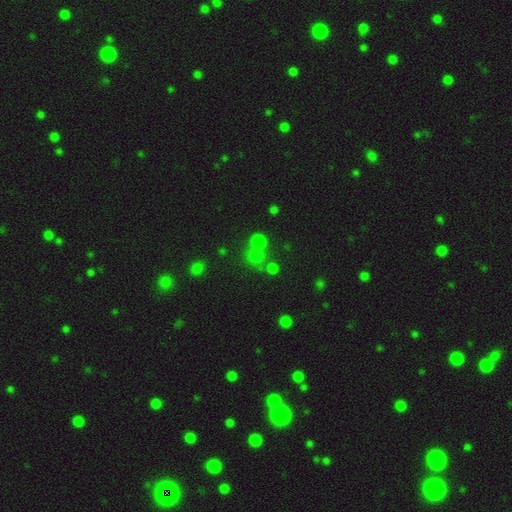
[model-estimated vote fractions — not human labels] This appears to be a smooth galaxy with no disk features (67%) that is round (87%). Merging: none (62%).